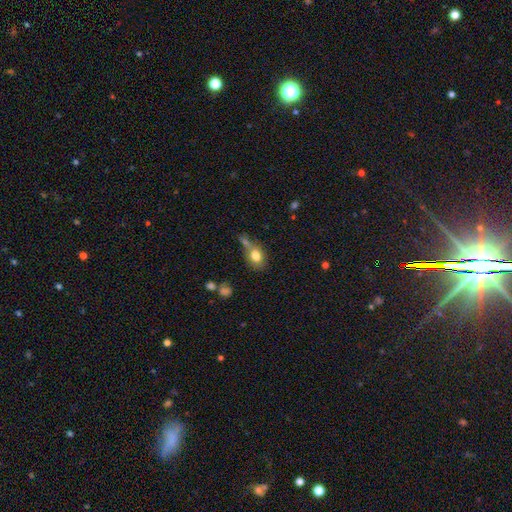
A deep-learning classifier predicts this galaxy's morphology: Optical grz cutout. It shows a smooth galaxy with no disk features (78%) that is in between round and cigar-shaped (67%). Merging: none (46%).